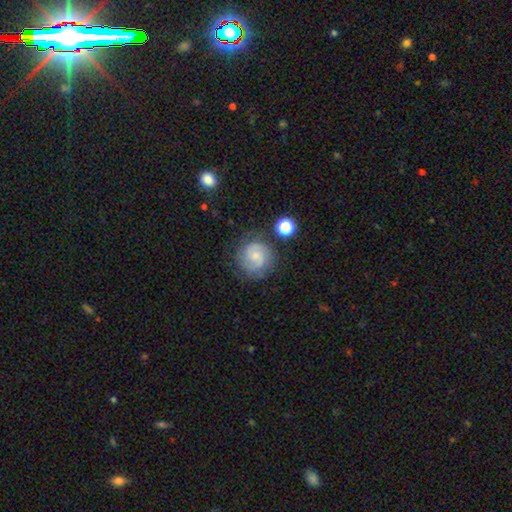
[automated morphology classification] This is possibly a featured or disk galaxy (57%). It is clearly not viewed edge-on (98%). Bar: likely no (60%). Spiral arm pattern: clearly yes (89%). Spiral arm count: likely 2 (69%). Spiral winding: possibly medium (46%). Central bulge: likely small (62%). Merging: likely none (73%).